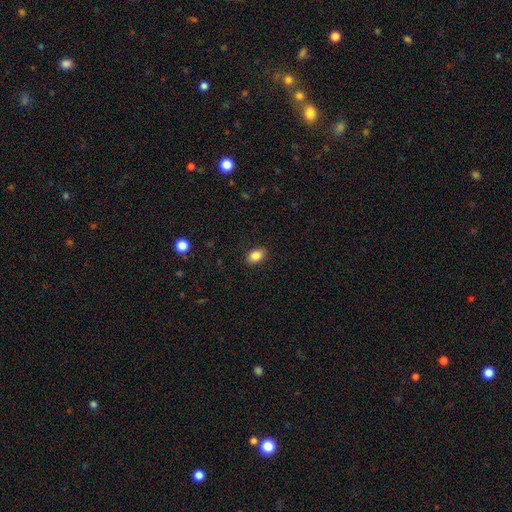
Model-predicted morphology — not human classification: The model was most divided on "how rounded": in between: 85%, round: 13%, cigar-shaped: 1%. More confident: merging — none (88%); smooth or featured — smooth (87%).